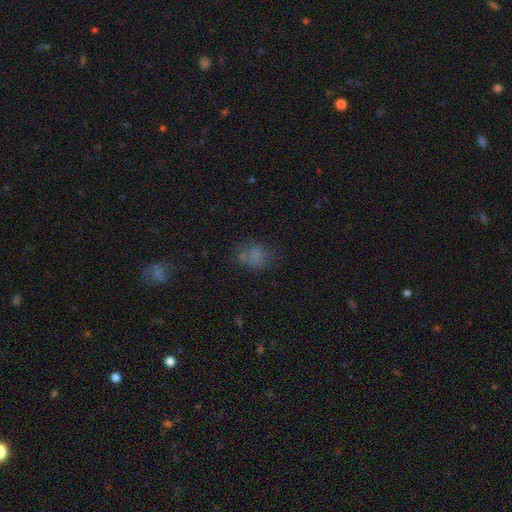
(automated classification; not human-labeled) Smooth or featured: smooth — 65% (star or artifact — 18%)
How rounded: round — 49% (tied with in between — 49%)
Merging: none — 57% (minor disturbance — 23%)